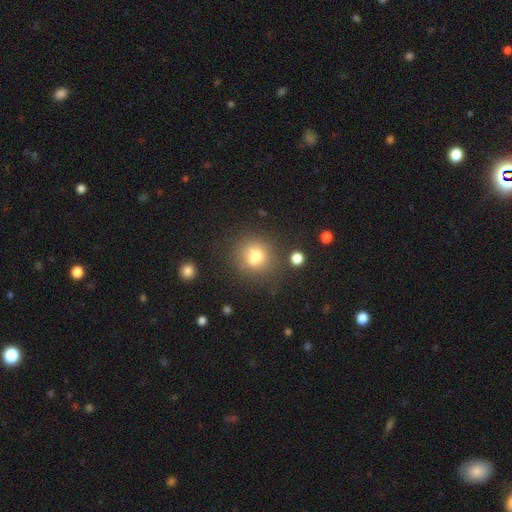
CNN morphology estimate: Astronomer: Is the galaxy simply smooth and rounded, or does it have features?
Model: smooth — 75%.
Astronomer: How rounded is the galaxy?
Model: round — 77%.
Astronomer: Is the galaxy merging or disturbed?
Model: none — 68%.